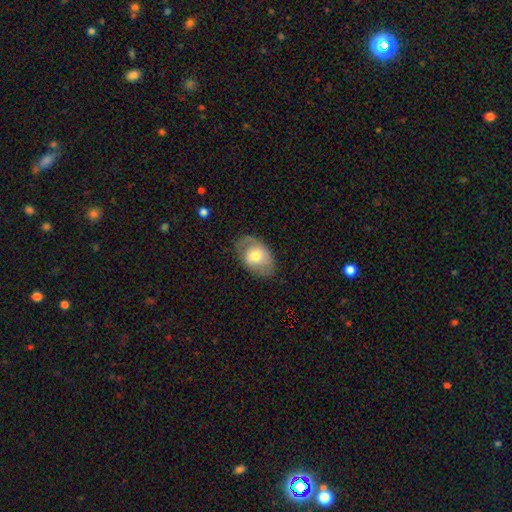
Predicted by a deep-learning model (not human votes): smooth 55%, featured or disk 38%, star or artifact 7%. Down the decision tree: how rounded — in between (82%); merging — none (68%).